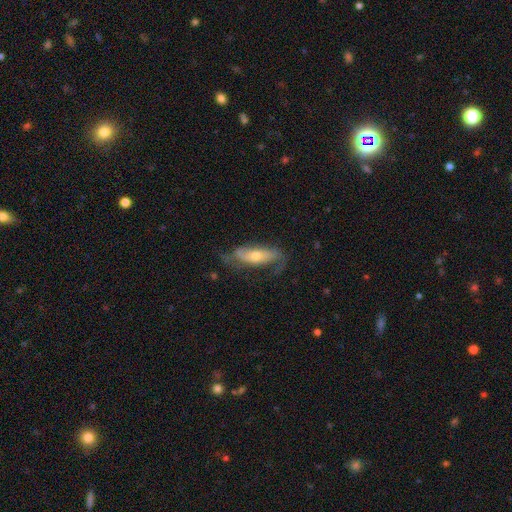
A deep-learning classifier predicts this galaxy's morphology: Q: Smooth or featured?
A: featured or disk (65%); runner-up: smooth (28%)
Q: Edge-on disk?
A: no (78%); runner-up: yes (22%)
Q: Bar?
A: no (61%); runner-up: weak (25%)
Q: Spiral arms?
A: yes (83%); runner-up: no (17%)
Q: Bulge size?
A: moderate (55%); runner-up: small (36%)
Q: Merging?
A: none (57%); runner-up: minor disturbance (24%)